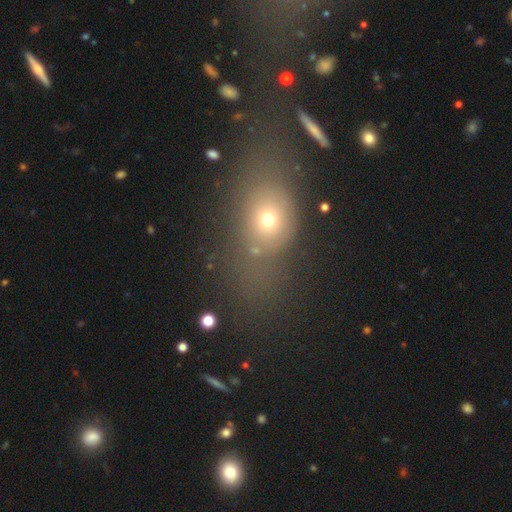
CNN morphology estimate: Q: Smooth or featured?
A: smooth (54%); runner-up: star or artifact (28%)
Q: How rounded?
A: in between (53%); runner-up: round (38%)
Q: Merging?
A: none (58%); runner-up: minor disturbance (17%)